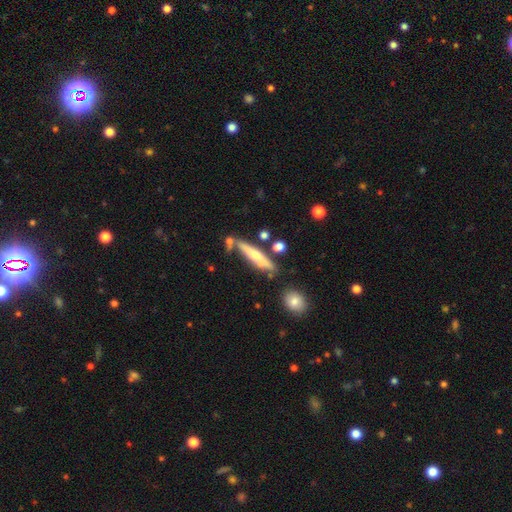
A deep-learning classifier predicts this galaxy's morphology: A smooth galaxy with no disk features (52%) that is cigar-shaped (84%). Merging: none (66%).